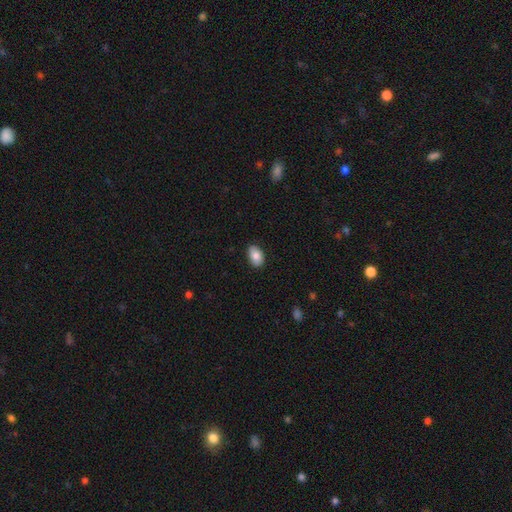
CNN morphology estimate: Smooth or featured?
  - smooth: 85% *
  - featured or disk: 8%
  - star or artifact: 7%
How rounded?
  - in between: 89% *
  - round: 10%
  - cigar-shaped: 1%
Merging?
  - none: 87% *
  - minor disturbance: 10%
  - major disturbance: 2%
  - merger: 1%